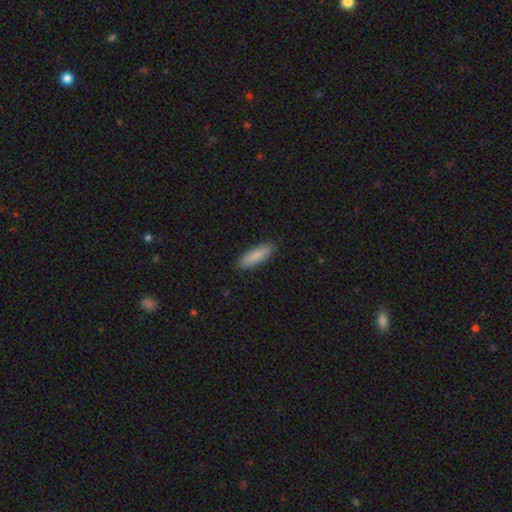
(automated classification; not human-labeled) Smooth or featured: smooth — 87% (featured or disk — 8%)
How rounded: cigar-shaped — 56% (in between — 42%)
Merging: none — 89% (minor disturbance — 9%)